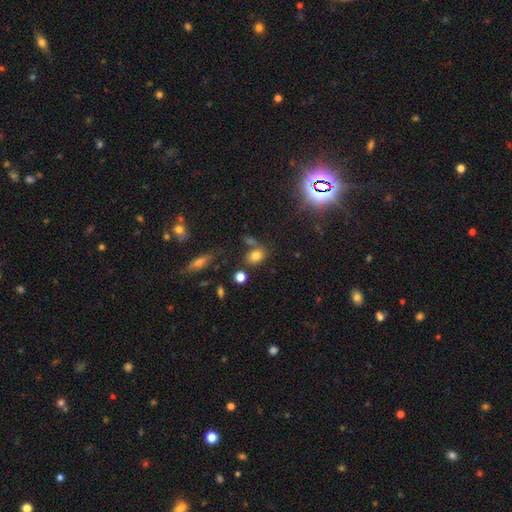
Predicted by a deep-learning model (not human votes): This is likely a smooth galaxy (76%). How rounded: likely in between (67%). Merging: likely none (66%).